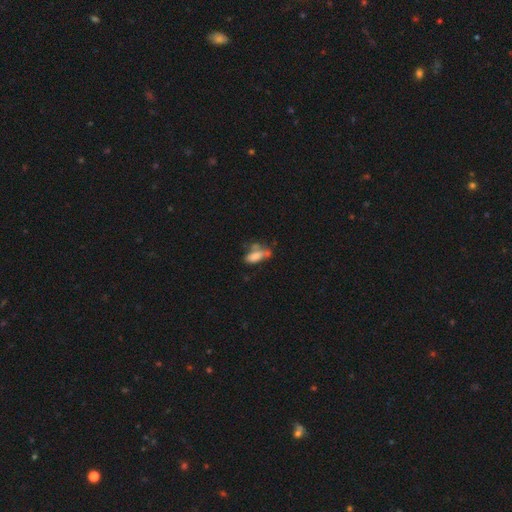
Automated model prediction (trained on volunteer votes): A smooth galaxy with no disk features (71%) that is in between round and cigar-shaped (75%). Merging: none (33%).